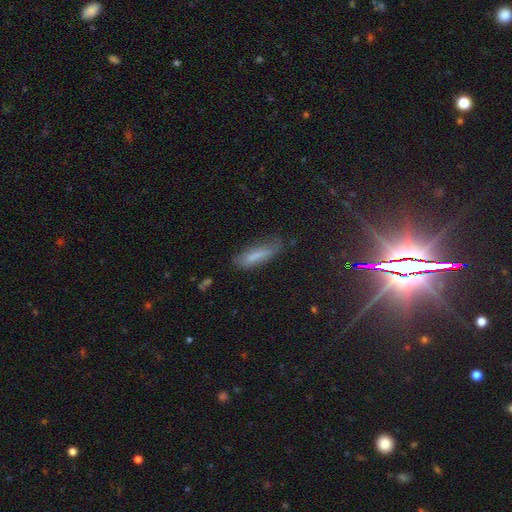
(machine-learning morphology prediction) Smooth or featured? Predicted: smooth (p=0.74). How rounded? Predicted: cigar-shaped (p=0.69). Merging? Predicted: none (p=0.68).